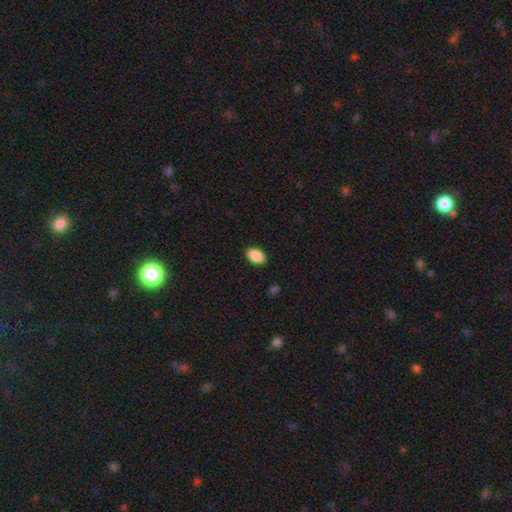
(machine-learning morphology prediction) Overall: smooth (90%). How rounded: in between (93%). Merging: none (87%).